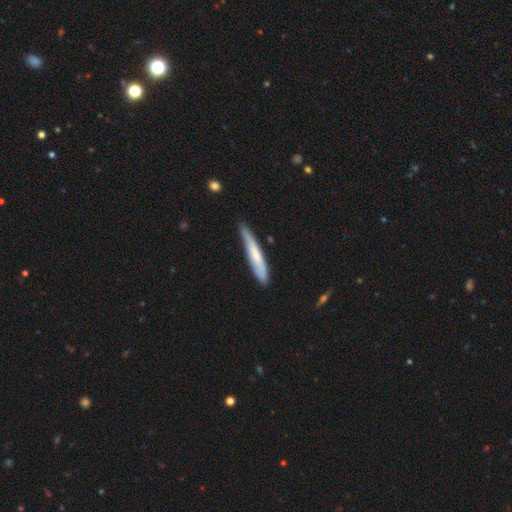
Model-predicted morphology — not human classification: smooth 62%, featured or disk 32%, star or artifact 6%. Down the decision tree: how rounded — cigar-shaped (94%); merging — none (72%).